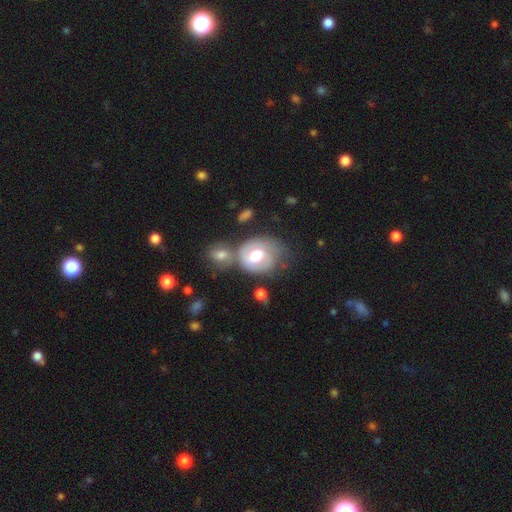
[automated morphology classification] Q: Smooth or featured?
A: featured or disk (63%); runner-up: smooth (31%)
Q: Edge-on disk?
A: no (97%); runner-up: yes (3%)
Q: Bar?
A: no (53%); runner-up: weak (37%)
Q: Spiral arms?
A: yes (77%); runner-up: no (23%)
Q: Bulge size?
A: moderate (62%); runner-up: large (31%)
Q: Merging?
A: none (39%); runner-up: merger (27%)